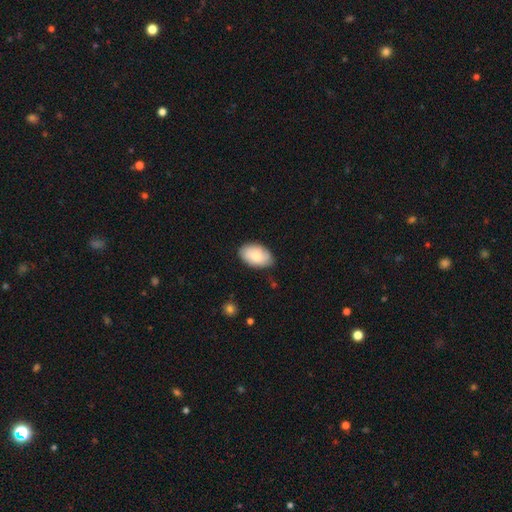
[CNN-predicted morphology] Smooth or featured? Predicted: smooth (p=0.78). How rounded? Predicted: in between (p=0.92). Merging? Predicted: none (p=0.79).